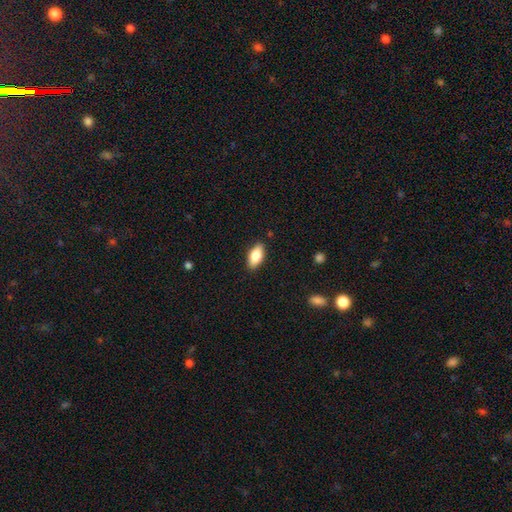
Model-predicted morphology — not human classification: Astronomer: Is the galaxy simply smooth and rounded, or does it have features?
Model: smooth — 81%.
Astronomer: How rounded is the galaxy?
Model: in between — 88%.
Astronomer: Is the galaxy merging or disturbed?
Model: none — 88%.